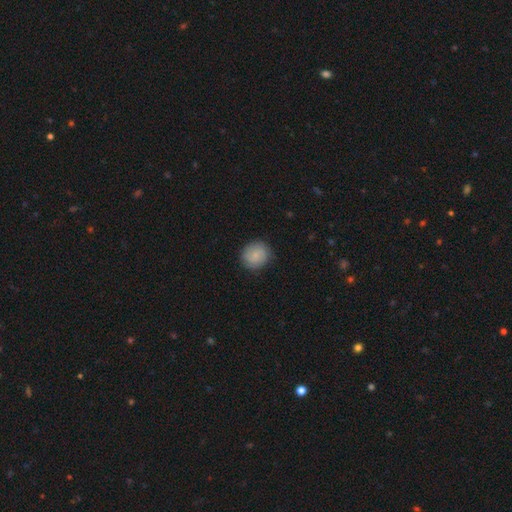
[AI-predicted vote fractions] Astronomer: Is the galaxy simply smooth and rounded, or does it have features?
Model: smooth — 76%.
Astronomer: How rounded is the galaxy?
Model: round — 81%.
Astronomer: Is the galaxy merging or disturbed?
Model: none — 86%.